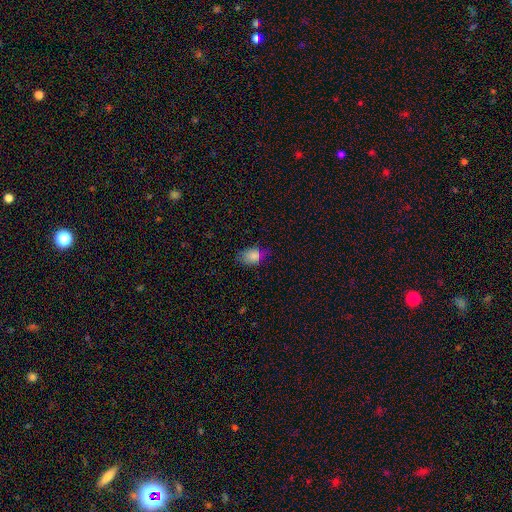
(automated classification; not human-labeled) Smooth or featured?
  - smooth: 81% *
  - star or artifact: 11%
  - featured or disk: 7%
How rounded?
  - in between: 69% *
  - round: 29%
  - cigar-shaped: 2%
Merging?
  - none: 59% *
  - minor disturbance: 30%
  - major disturbance: 8%
  - merger: 2%